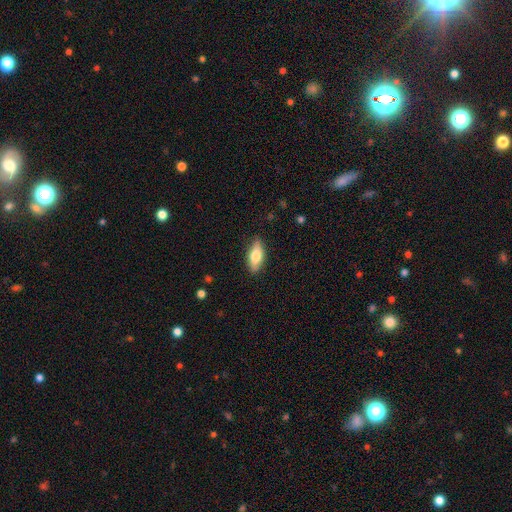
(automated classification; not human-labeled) smooth_or_featured: smooth (p=0.72) [alt: featured or disk p=0.22]
how_rounded: in between (p=0.76) [alt: cigar-shaped p=0.22]
merging: none (p=0.86) [alt: minor disturbance p=0.11]